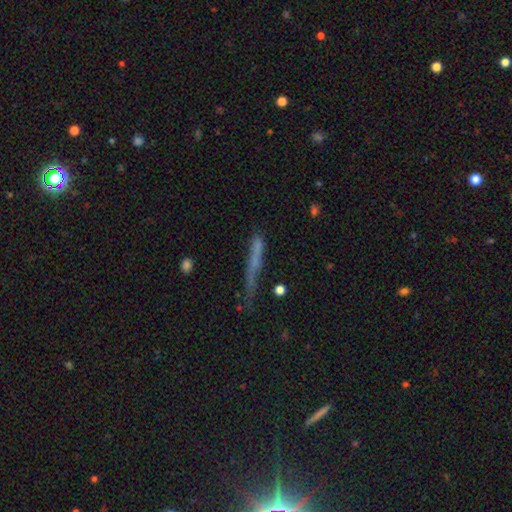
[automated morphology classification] Smooth or featured?
  - smooth: 53% *
  - featured or disk: 34%
  - star or artifact: 13%
How rounded?
  - cigar-shaped: 91% *
  - in between: 6%
  - round: 3%
Merging?
  - none: 48% *
  - minor disturbance: 24%
  - major disturbance: 20%
  - merger: 8%